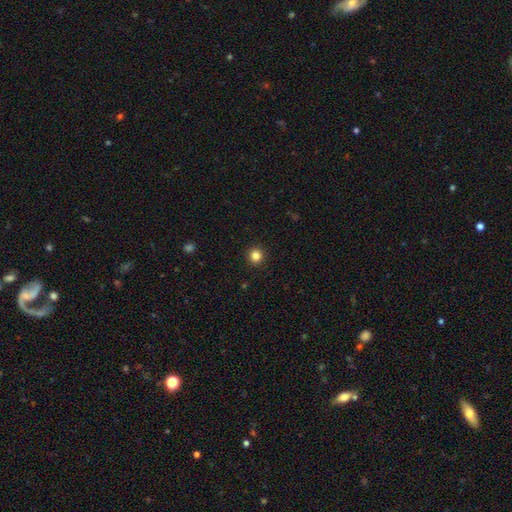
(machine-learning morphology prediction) Q: Smooth or featured?
A: smooth (84%); runner-up: star or artifact (12%)
Q: How rounded?
A: round (92%); runner-up: in between (7%)
Q: Merging?
A: none (93%); runner-up: minor disturbance (5%)